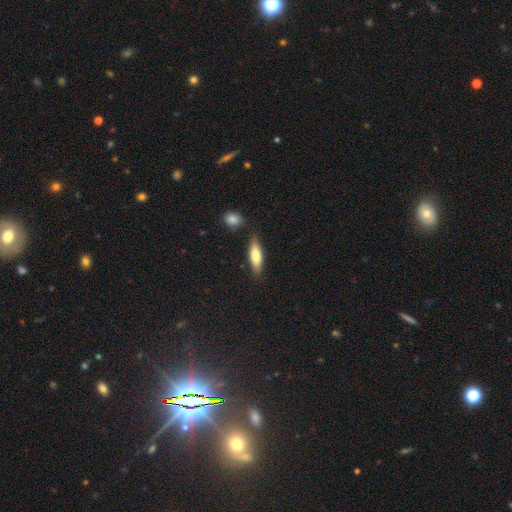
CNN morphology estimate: This appears to be a smooth galaxy with no disk features (76%) that is cigar-shaped (58%). Merging: none (79%).